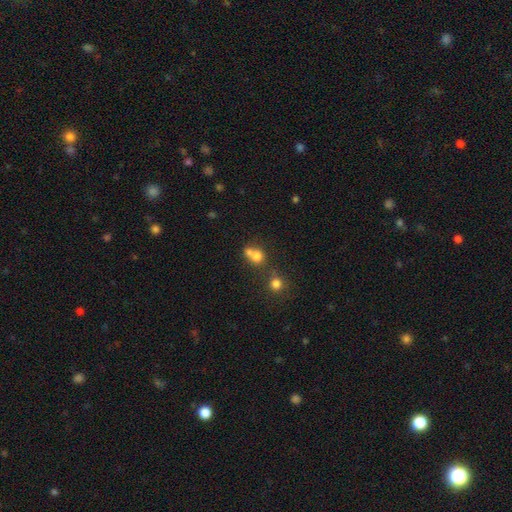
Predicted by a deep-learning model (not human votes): Overall: smooth (72%). How rounded: round (77%). Merging: merger (53%; none 36%).